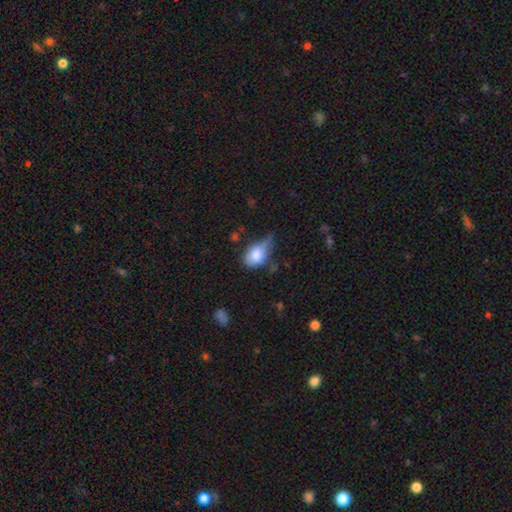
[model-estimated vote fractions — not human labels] smooth 79%, featured or disk 13%, star or artifact 8%. Down the decision tree: how rounded — in between (80%); merging — minor disturbance (46%).